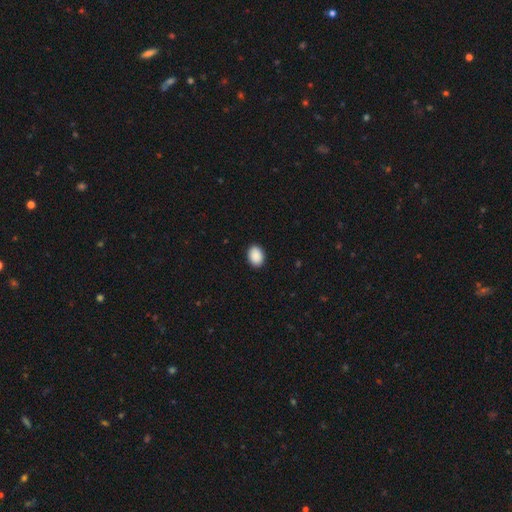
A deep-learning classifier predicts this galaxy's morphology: smooth 91%, star or artifact 7%, featured or disk 2%. Down the decision tree: how rounded — in between (76%); merging — none (91%).